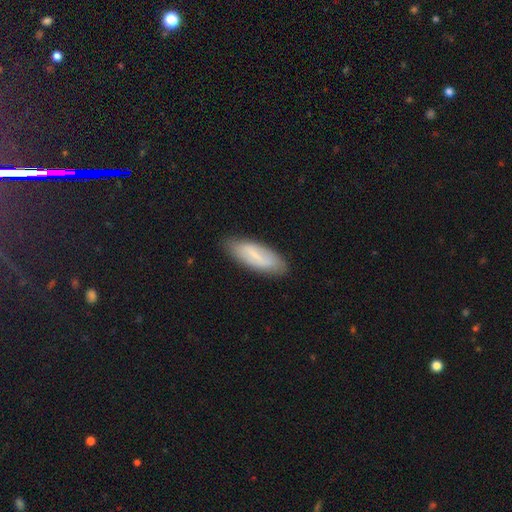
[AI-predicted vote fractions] The model was most divided on "smooth or featured": smooth: 59%, featured or disk: 35%, star or artifact: 7%. More confident: merging — none (82%); how rounded — in between (67%).